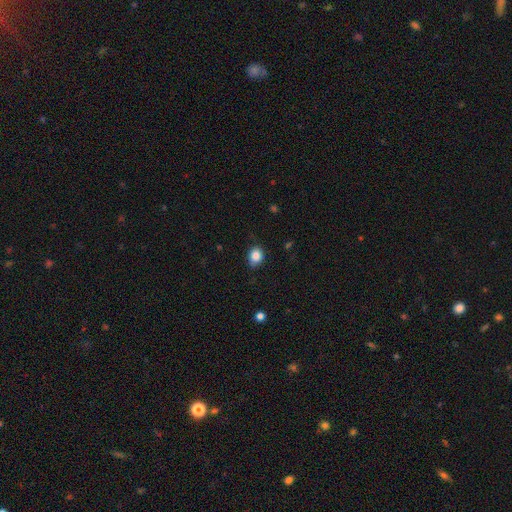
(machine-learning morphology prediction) type=smooth (86%); roundness=in between (50%); merging=none (78%).